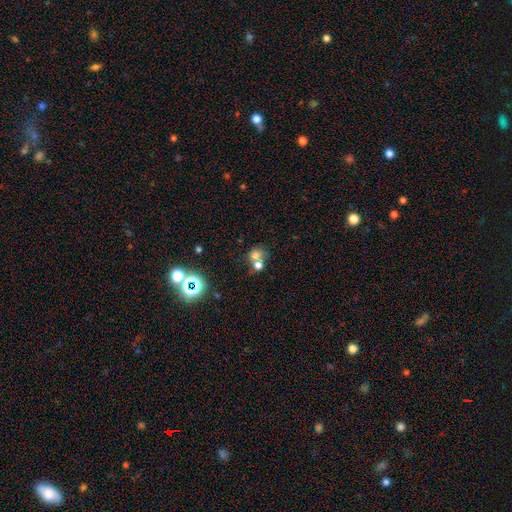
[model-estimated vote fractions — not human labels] A smooth galaxy with no disk features (67%) that is round (71%). Merging: merger (50%).